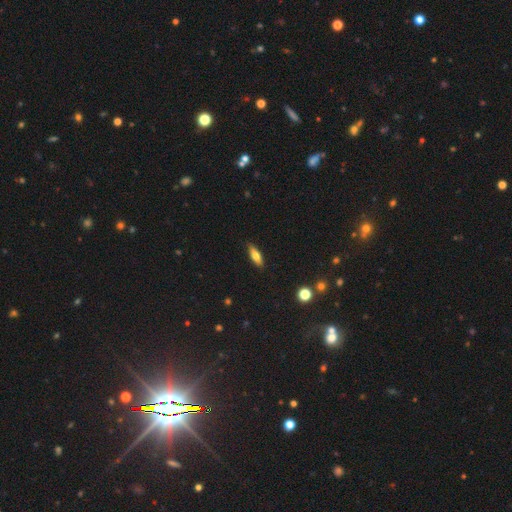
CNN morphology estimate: type=smooth (65%); roundness=in between (53%); merging=none (88%).